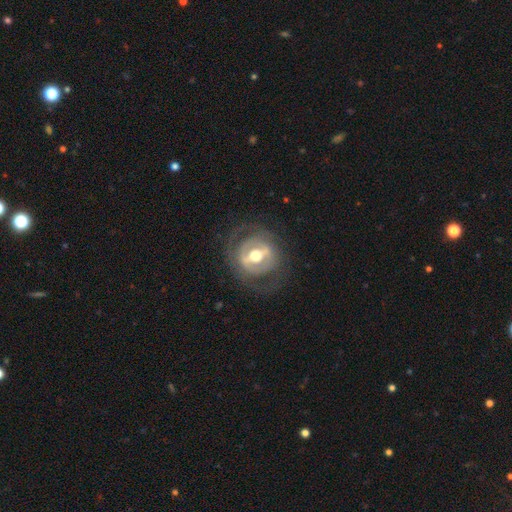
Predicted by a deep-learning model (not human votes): featured or disk 74%, smooth 20%, star or artifact 6%. Down the decision tree: edge-on disk — no (91%); bar — strong (57%); spiral arms — no (67%); bulge size — moderate (71%); merging — none (76%).